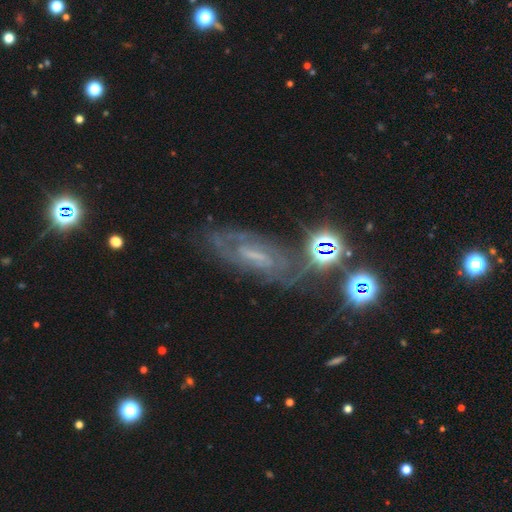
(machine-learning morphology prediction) This is likely a featured or disk galaxy (71%). It is clearly not viewed edge-on (88%). Bar: possibly weak (48%). Spiral arm pattern: clearly yes (82%). Spiral arm count: possibly can't tell (47%). Spiral winding: possibly tight (50%). Central bulge: possibly small (45%). Merging: likely none (65%).